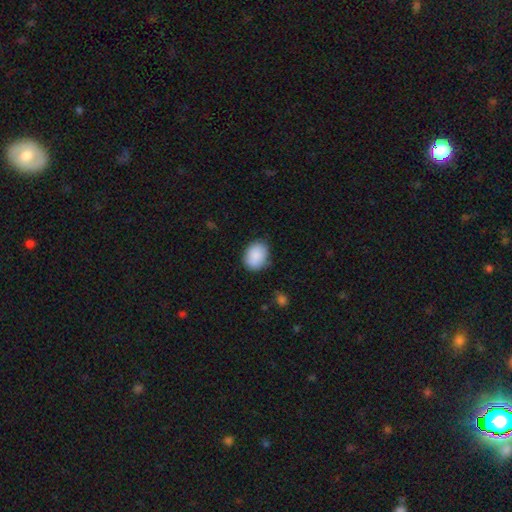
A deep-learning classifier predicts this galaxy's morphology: The model was most divided on "how rounded": in between: 64%, round: 35%, cigar-shaped: 1%. More confident: smooth or featured — smooth (89%); merging — none (81%).